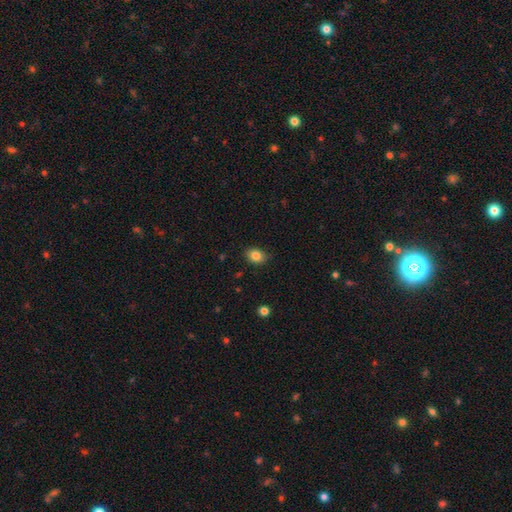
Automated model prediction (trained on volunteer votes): The model was most divided on "how rounded": in between: 66%, round: 34%, cigar-shaped: 1%. More confident: smooth or featured — smooth (83%); merging — none (83%).